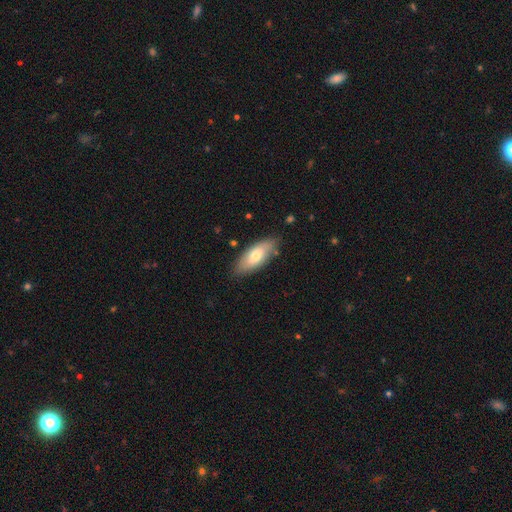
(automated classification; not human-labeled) smooth 69%, featured or disk 25%, star or artifact 6%. Down the decision tree: how rounded — in between (82%); merging — none (81%).